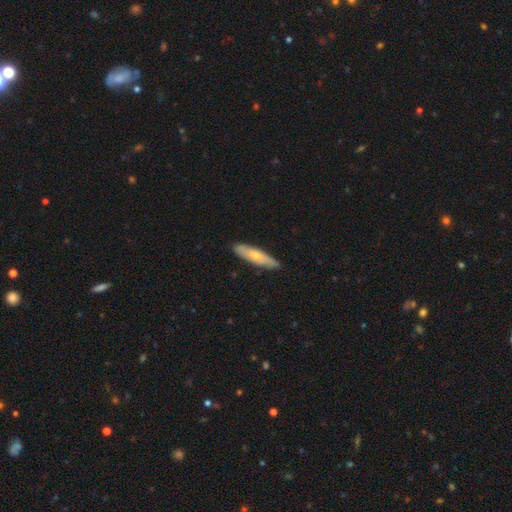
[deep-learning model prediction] Smooth or featured? smooth (57%)
How rounded? cigar-shaped (70%)
Merging? none (84%)